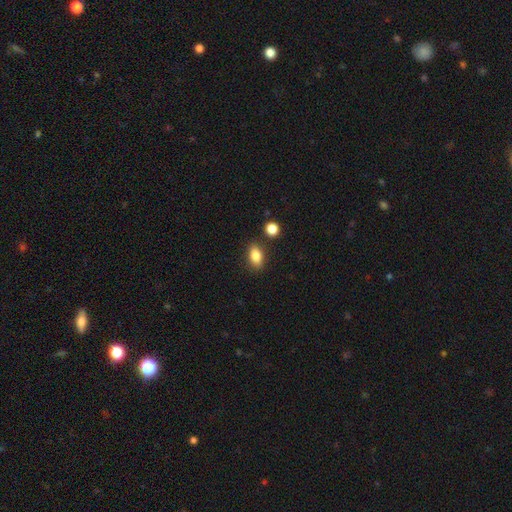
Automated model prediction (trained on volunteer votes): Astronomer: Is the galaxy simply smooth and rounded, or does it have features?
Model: smooth — 85%.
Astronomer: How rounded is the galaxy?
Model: in between — 85%.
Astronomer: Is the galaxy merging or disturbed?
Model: none — 83%.